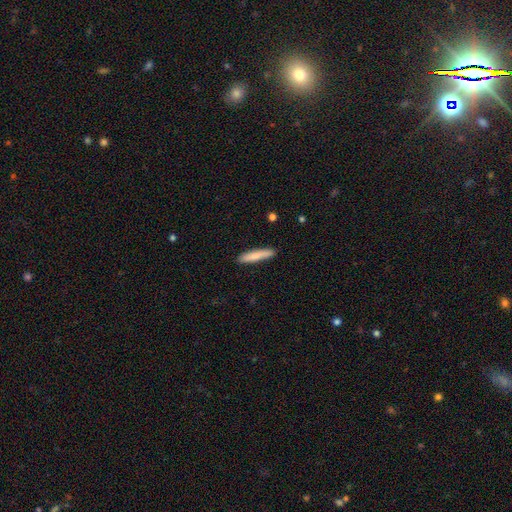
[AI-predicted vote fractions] Smooth or featured? Predicted: smooth (p=0.80). How rounded? Predicted: cigar-shaped (p=0.89). Merging? Predicted: none (p=0.87).